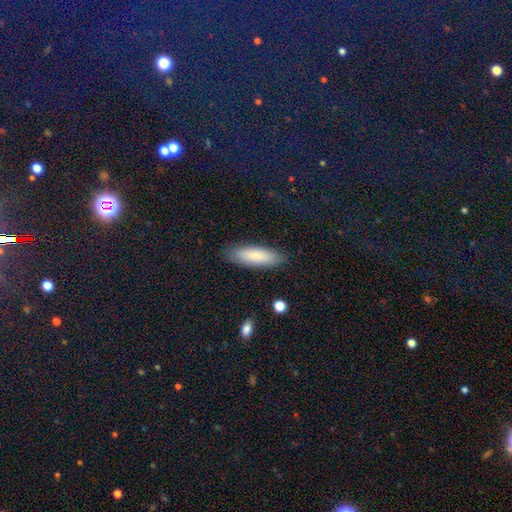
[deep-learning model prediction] Overall: smooth (84%). How rounded: cigar-shaped (54%; in between 45%). Merging: none (86%).